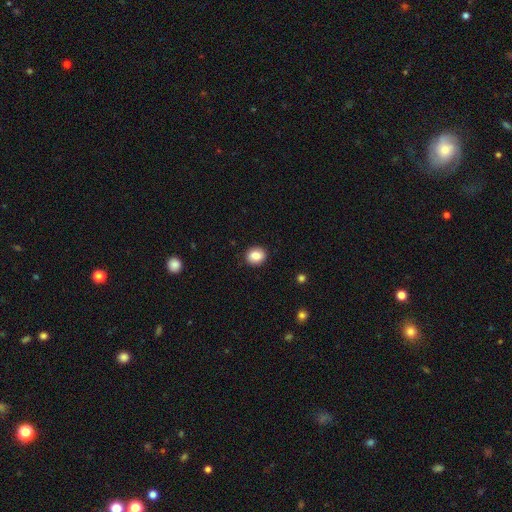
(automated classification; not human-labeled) A smooth galaxy with no disk features (84%) that is round (69%).

Vote fractions:
- Smooth or featured? smooth: 84% / star or artifact: 9% / featured or disk: 7%
- How rounded? round: 69% / in between: 30% / cigar-shaped: 1%
- Merging? none: 90% / minor disturbance: 7% / major disturbance: 2% / merger: 1%